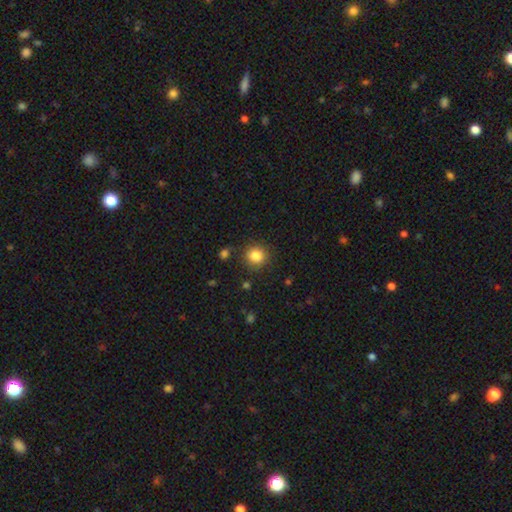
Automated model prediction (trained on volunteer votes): Smooth or featured? Predicted: smooth (p=0.84). How rounded? Predicted: round (p=0.91). Merging? Predicted: none (p=0.84).